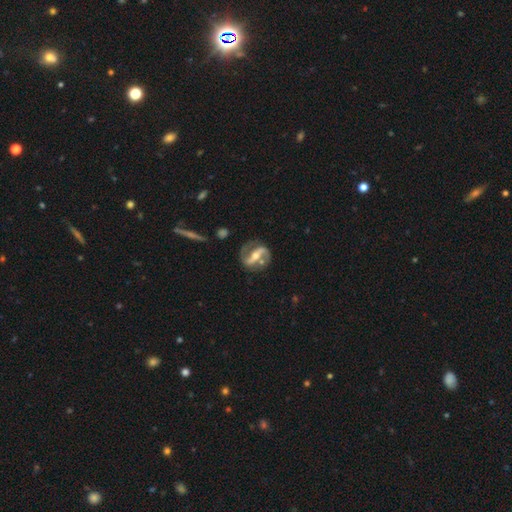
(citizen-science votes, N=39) This appears to be a featured or disk galaxy (87%) with a strong bar (72%), 2 (100%) loose (63%) spiral arms (84%) and a moderate central bulge (69%). Merging: none (76%).